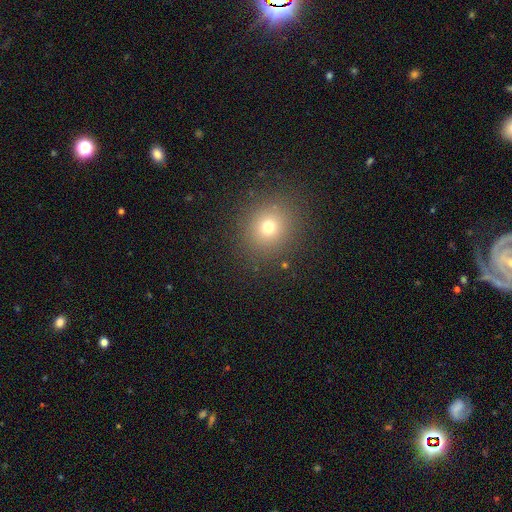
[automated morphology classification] This is likely a smooth galaxy (68%). How rounded: clearly round (84%). Merging: clearly none (91%).